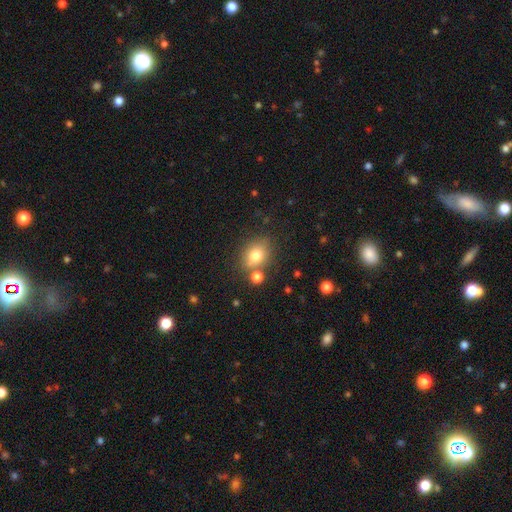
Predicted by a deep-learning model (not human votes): smooth-or-featured: smooth: 76% | featured or disk: 12% | star or artifact: 12%
  how-rounded: in between: 50% | round: 48% | cigar-shaped: 1%
  merging: none: 69% | minor disturbance: 14% | merger: 13% | major disturbance: 4%